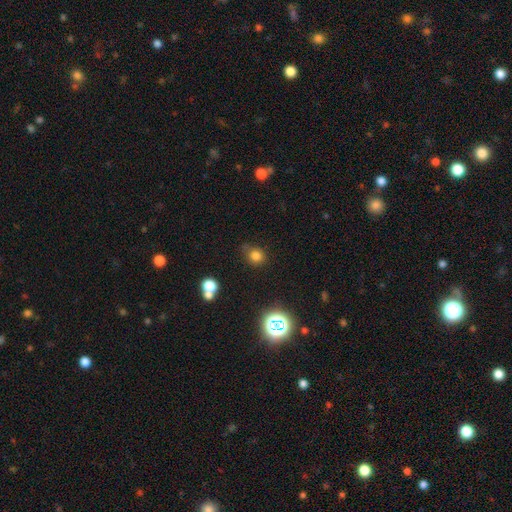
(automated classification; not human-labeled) Smooth or featured: smooth — 77% (star or artifact — 17%)
How rounded: round — 80% (in between — 19%)
Merging: none — 69% (minor disturbance — 21%)